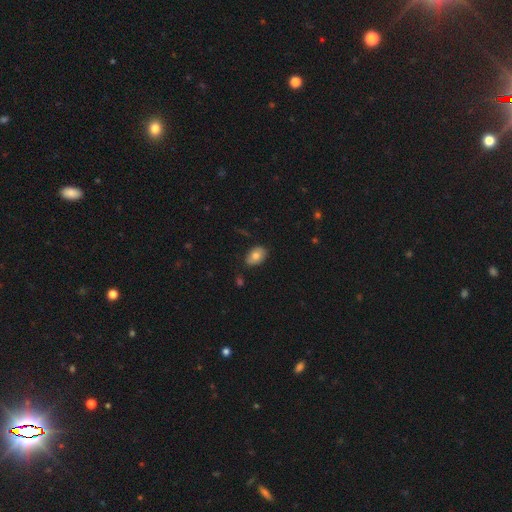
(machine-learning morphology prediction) A smooth galaxy with no disk features (77%) that is in between round and cigar-shaped (87%).

Vote fractions:
- Smooth or featured? smooth: 77% / featured or disk: 15% / star or artifact: 8%
- How rounded? in between: 87% / round: 11% / cigar-shaped: 1%
- Merging? none: 79% / minor disturbance: 17% / major disturbance: 3% / merger: 1%